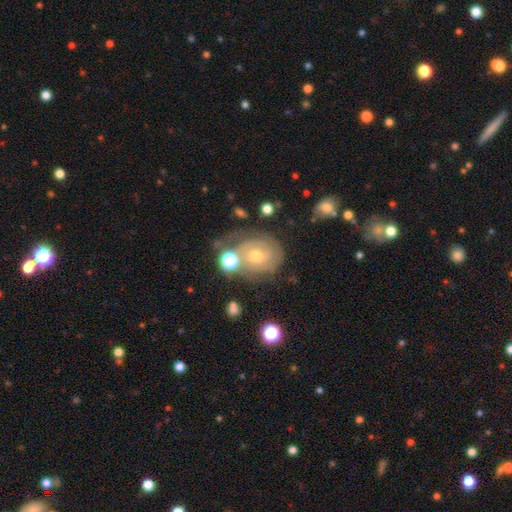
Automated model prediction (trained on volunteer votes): smooth-or-featured: featured or disk: 64% | smooth: 24% | star or artifact: 11%
  disk-edge-on: no: 97% | yes: 3%
    bar: no: 79% | weak: 18% | strong: 4%
    has-spiral-arms: yes: 81% | no: 19%
      spiral-winding: tight: 70% | medium: 22% | loose: 8%
      spiral-arm-count: can't tell: 45% | 2: 31% | 3: 10% | 1: 7% | 4: 4% | more than 4: 3%
    bulge-size: small: 48% | moderate: 47% | large: 2% | none: 2% | dominant: 1%
  merging: none: 55% | minor disturbance: 21% | major disturbance: 13% | merger: 11%